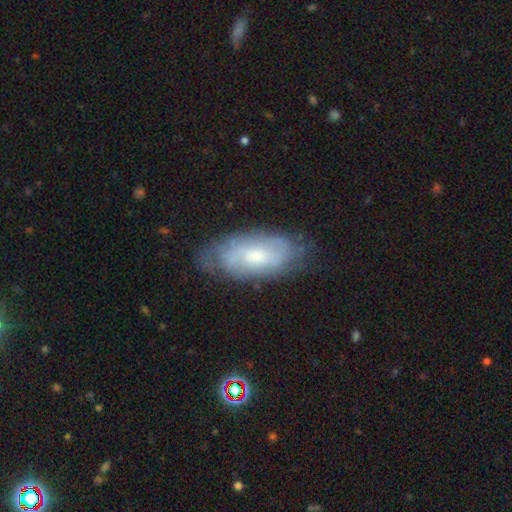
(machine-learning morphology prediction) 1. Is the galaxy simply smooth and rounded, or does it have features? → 55% featured or disk, 38% smooth, 7% star or artifact.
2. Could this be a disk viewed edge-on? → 89% no, 11% yes.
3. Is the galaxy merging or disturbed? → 68% none, 23% minor disturbance, 7% major disturbance, 2% merger.